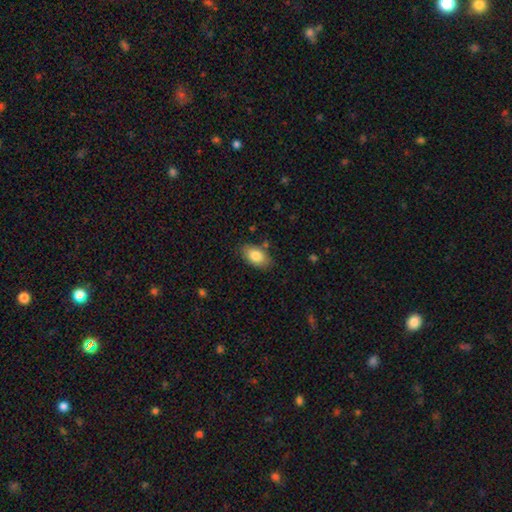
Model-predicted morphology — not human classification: A smooth galaxy with no disk features (83%) that is in between round and cigar-shaped (91%).

Vote fractions:
- Smooth or featured? smooth: 83% / featured or disk: 10% / star or artifact: 7%
- How rounded? in between: 91% / round: 7% / cigar-shaped: 2%
- Merging? none: 80% / minor disturbance: 14% / major disturbance: 3% / merger: 3%